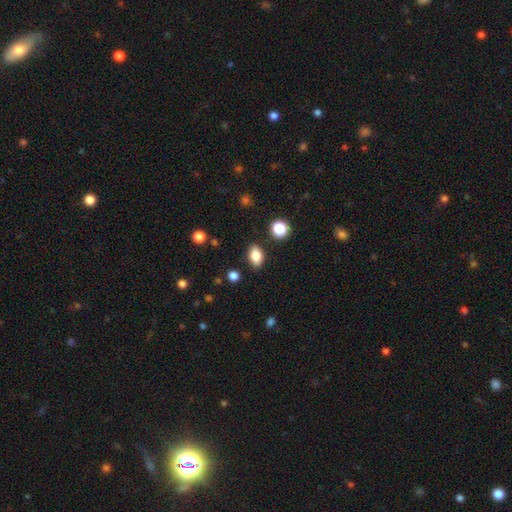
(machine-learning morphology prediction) smooth-or-featured: smooth: 84% | star or artifact: 9% | featured or disk: 6%
  how-rounded: in between: 85% | round: 13% | cigar-shaped: 2%
  merging: none: 86% | minor disturbance: 9% | major disturbance: 2% | merger: 2%